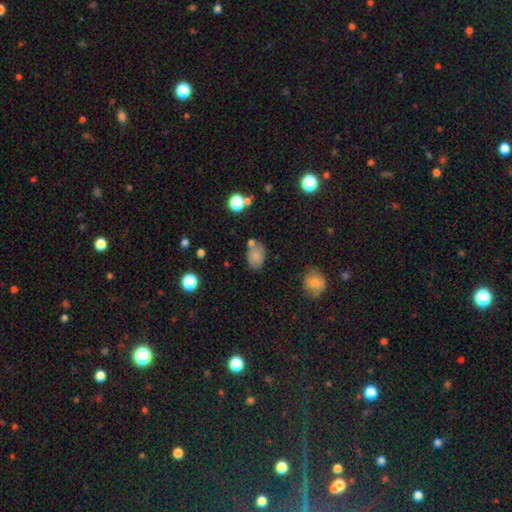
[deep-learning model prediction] A smooth galaxy with no disk features (78%) that is in between round and cigar-shaped (79%). Merging: none (63%).